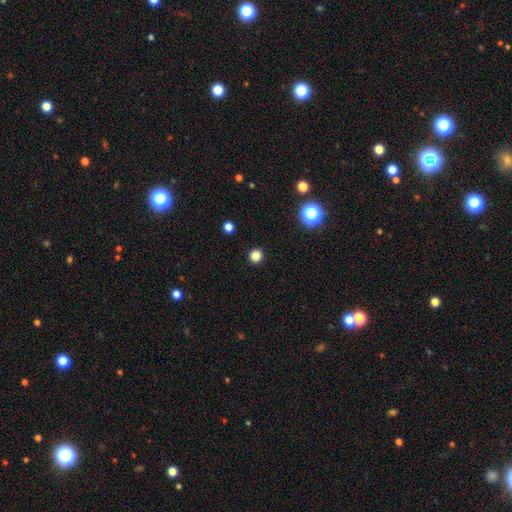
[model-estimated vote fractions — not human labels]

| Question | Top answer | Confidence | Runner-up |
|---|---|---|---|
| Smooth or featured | smooth | 82% | star or artifact (15%) |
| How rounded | round | 95% | in between (4%) |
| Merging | none | 93% | minor disturbance (4%) |